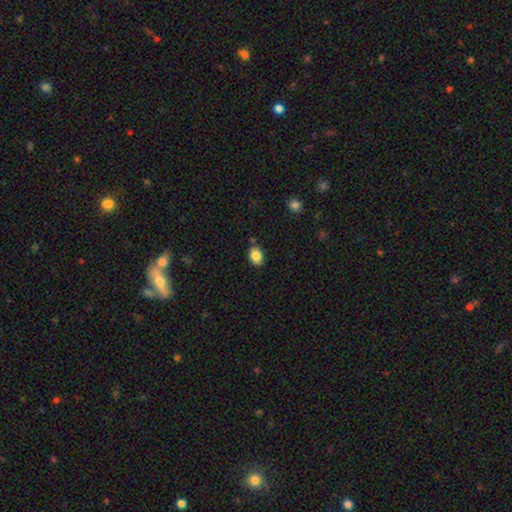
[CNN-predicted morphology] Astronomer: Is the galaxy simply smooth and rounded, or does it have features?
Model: smooth — 85%.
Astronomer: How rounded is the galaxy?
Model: in between — 70%.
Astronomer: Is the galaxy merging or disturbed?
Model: none — 82%.